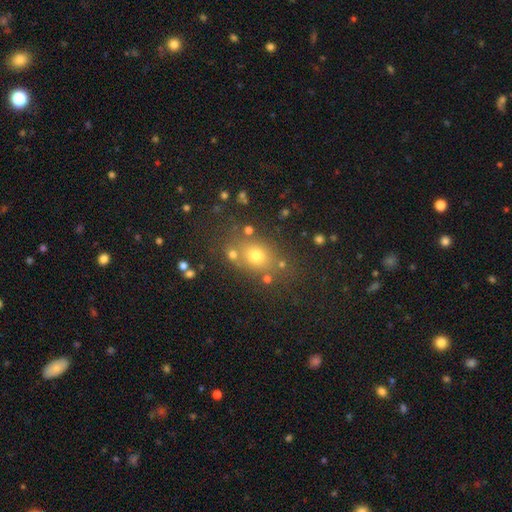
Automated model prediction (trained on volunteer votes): This appears to be a smooth galaxy with no disk features (68%) that is in between round and cigar-shaped (50%). Merging: none (73%).